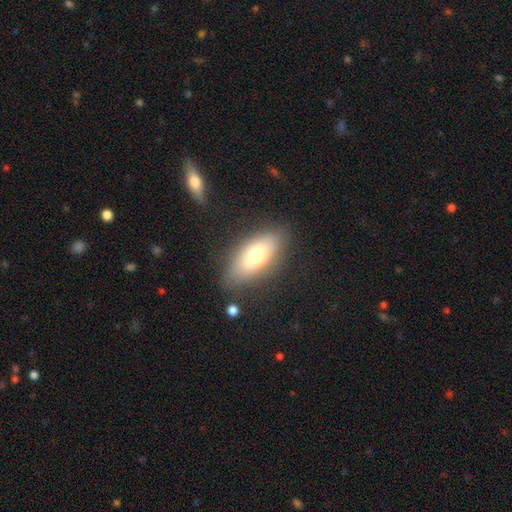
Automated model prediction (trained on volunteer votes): A smooth galaxy with no disk features (71%) that is in between round and cigar-shaped (82%). Merging: none (80%).